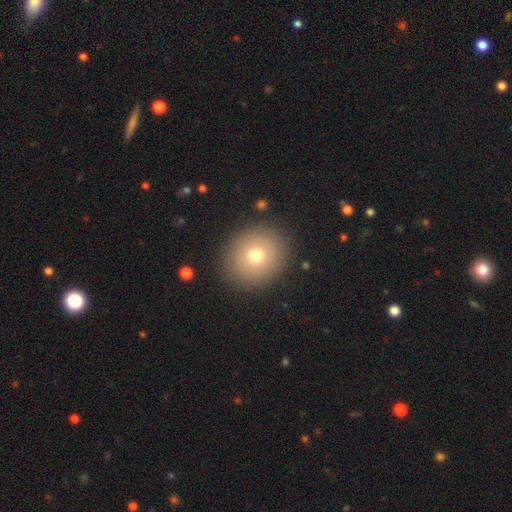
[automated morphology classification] The model was most divided on "smooth or featured": smooth: 73%, featured or disk: 14%, star or artifact: 13%. More confident: merging — none (89%); how rounded — round (80%).